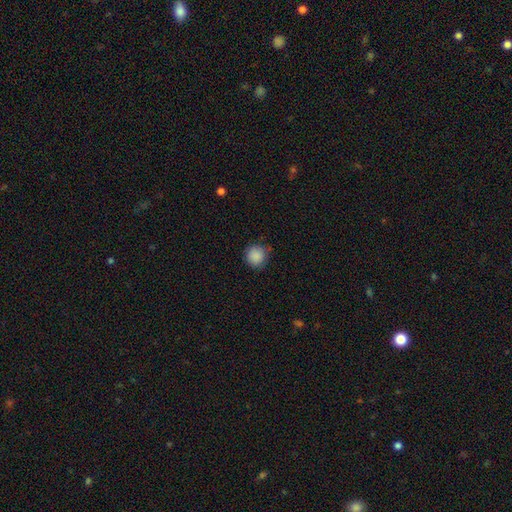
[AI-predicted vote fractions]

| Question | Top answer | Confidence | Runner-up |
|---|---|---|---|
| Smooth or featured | smooth | 88% | star or artifact (9%) |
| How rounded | round | 93% | in between (6%) |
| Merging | none | 84% | minor disturbance (12%) |